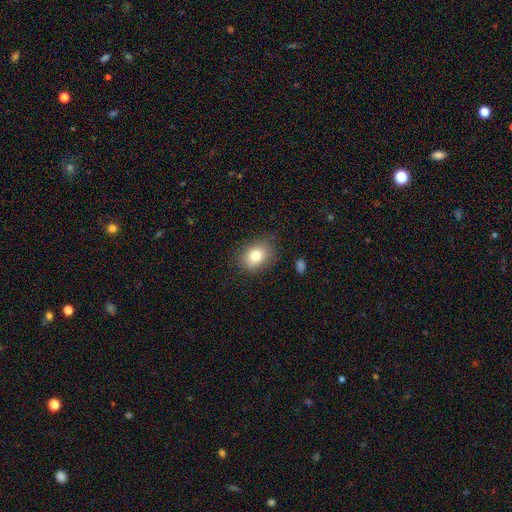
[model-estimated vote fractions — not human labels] Smooth or featured? Predicted: smooth (p=0.80). How rounded? Predicted: in between (p=0.65). Merging? Predicted: none (p=0.84).